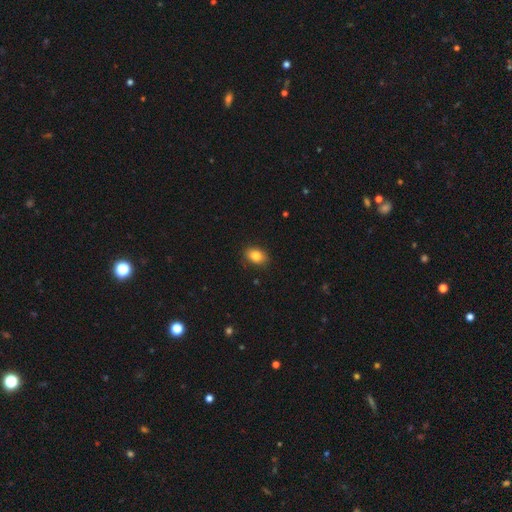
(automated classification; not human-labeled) smooth_or_featured: smooth (p=0.84) [alt: star or artifact p=0.09]
how_rounded: in between (p=0.77) [alt: round p=0.22]
merging: none (p=0.86) [alt: minor disturbance p=0.11]